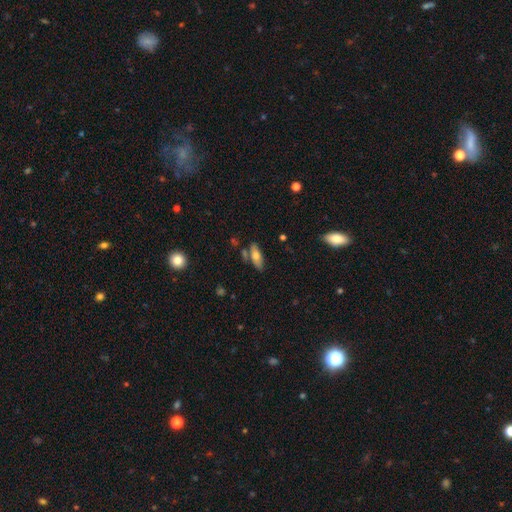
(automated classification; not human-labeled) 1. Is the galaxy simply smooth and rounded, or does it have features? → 65% smooth, 27% featured or disk, 8% star or artifact.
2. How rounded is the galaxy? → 70% in between, 28% cigar-shaped, 3% round.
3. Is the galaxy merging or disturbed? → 69% none, 17% minor disturbance, 10% merger, 4% major disturbance.